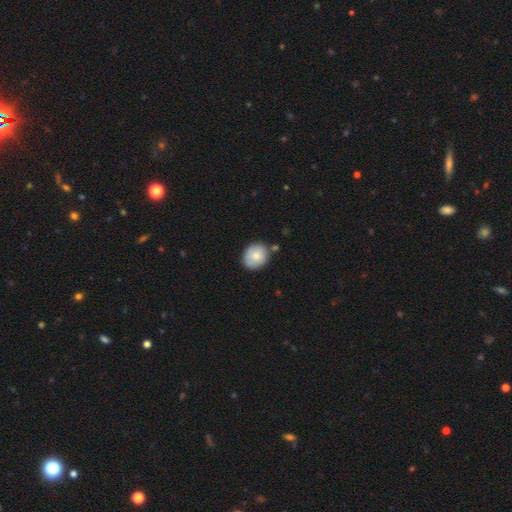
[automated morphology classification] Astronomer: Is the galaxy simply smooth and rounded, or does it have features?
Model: smooth — 77%.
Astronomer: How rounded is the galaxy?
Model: round — 69%.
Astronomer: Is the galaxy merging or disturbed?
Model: none — 73%.